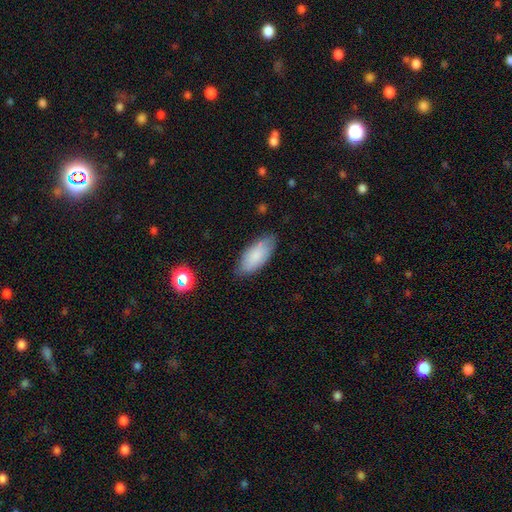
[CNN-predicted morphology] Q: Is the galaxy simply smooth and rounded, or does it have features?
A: smooth — 82%.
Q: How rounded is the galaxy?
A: in between — 87%.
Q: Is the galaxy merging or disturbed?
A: none — 80%.